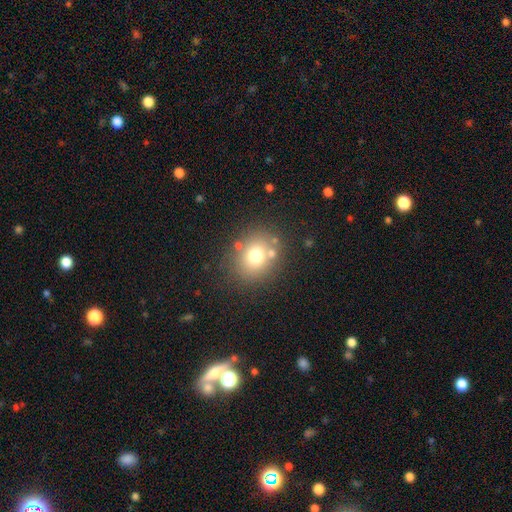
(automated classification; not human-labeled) smooth_or_featured: smooth (p=0.70) [alt: star or artifact p=0.15]
how_rounded: round (p=0.68) [alt: in between p=0.31]
merging: none (p=0.75) [alt: minor disturbance p=0.11]